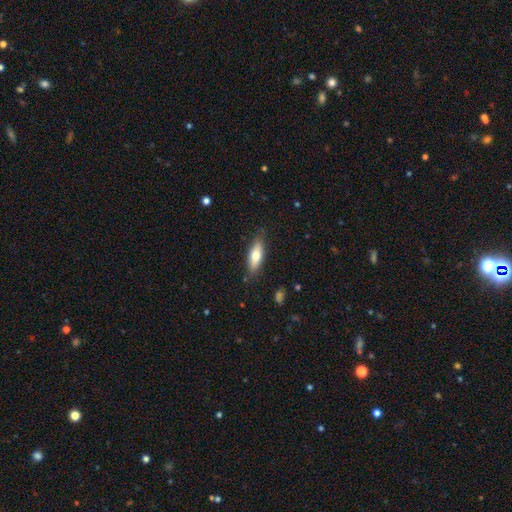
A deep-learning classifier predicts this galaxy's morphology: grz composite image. It shows a smooth galaxy with no disk features (70%) that is in between round and cigar-shaped (55%). Merging: none (82%).